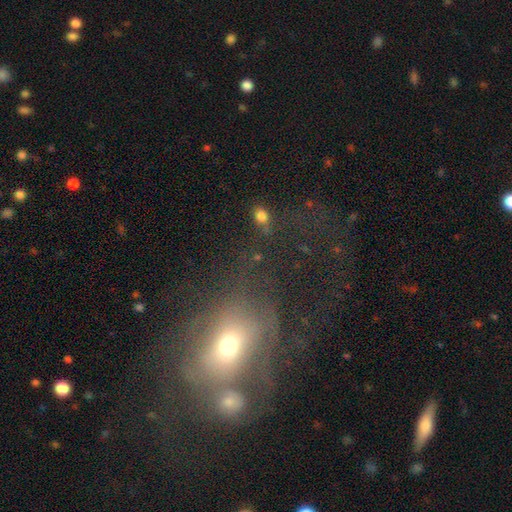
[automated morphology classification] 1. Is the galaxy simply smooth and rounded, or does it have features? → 44% smooth, 37% featured or disk, 19% star or artifact.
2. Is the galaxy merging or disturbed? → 41% major disturbance, 23% none, 22% merger, 14% minor disturbance.